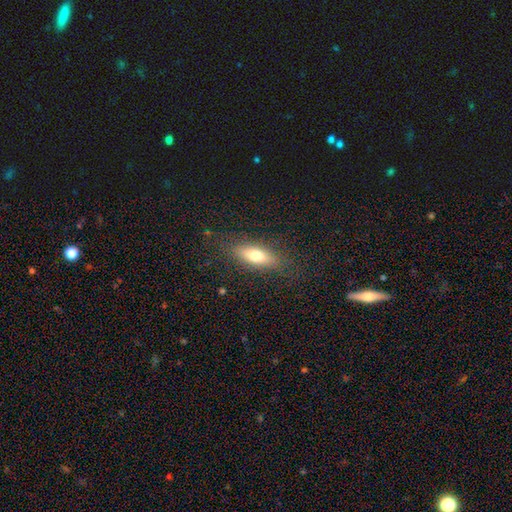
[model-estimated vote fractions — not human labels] Smooth or featured? Predicted: smooth (p=0.69). How rounded? Predicted: in between (p=0.65). Merging? Predicted: none (p=0.84).